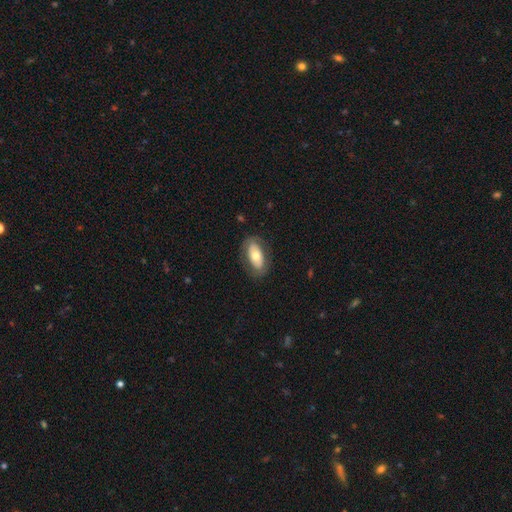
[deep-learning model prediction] The model was most divided on "smooth or featured": smooth: 58%, featured or disk: 37%, star or artifact: 6%. More confident: how rounded — in between (91%); merging — none (78%).